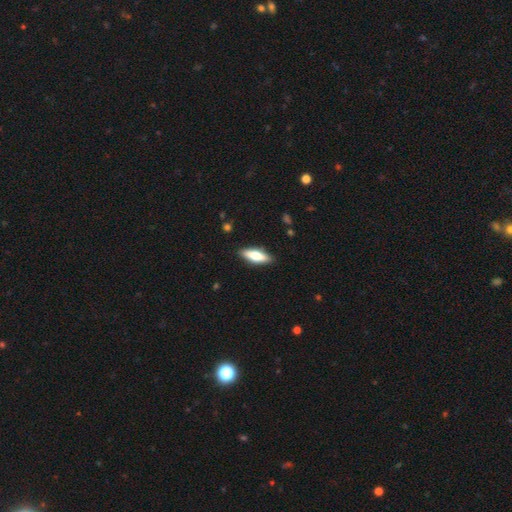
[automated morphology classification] This is likely a smooth galaxy (67%). How rounded: possibly in between (58%). Merging: clearly none (88%).